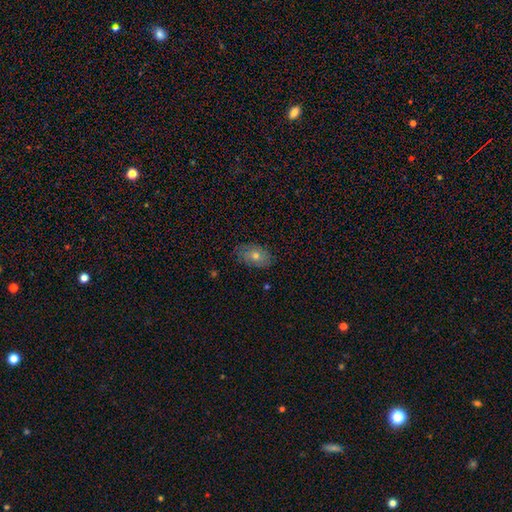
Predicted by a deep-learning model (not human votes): The model was most divided on "smooth or featured": smooth: 54%, featured or disk: 35%, star or artifact: 12%. More confident: how rounded — in between (84%); merging — none (79%).